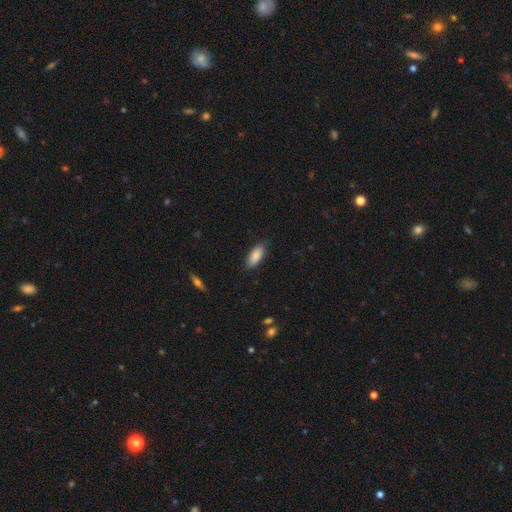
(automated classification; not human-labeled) Smooth or featured? Predicted: smooth (p=0.87). How rounded? Predicted: in between (p=0.80). Merging? Predicted: none (p=0.81).